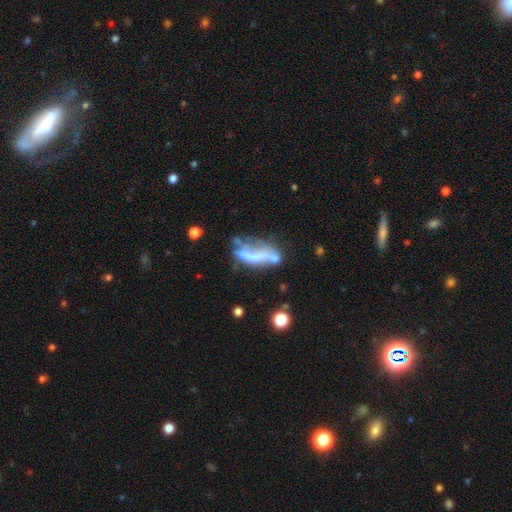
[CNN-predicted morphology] Smooth or featured? Predicted: featured or disk (p=0.52). Edge-on disk? Predicted: no (p=0.82). Merging? Predicted: none (p=0.30).